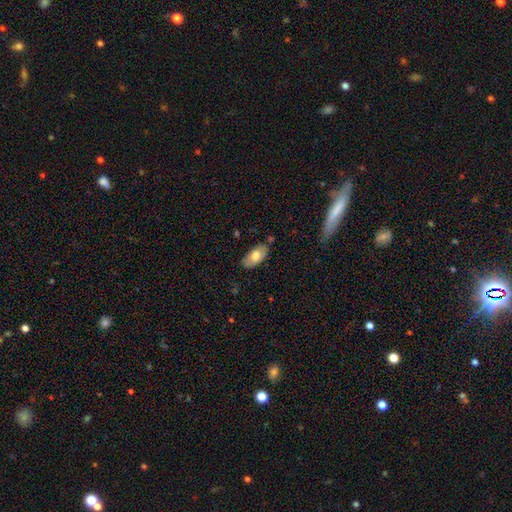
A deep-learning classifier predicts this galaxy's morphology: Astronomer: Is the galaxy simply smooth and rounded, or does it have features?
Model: smooth — 70%.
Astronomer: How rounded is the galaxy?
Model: in between — 93%.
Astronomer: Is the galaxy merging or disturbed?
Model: none — 78%.